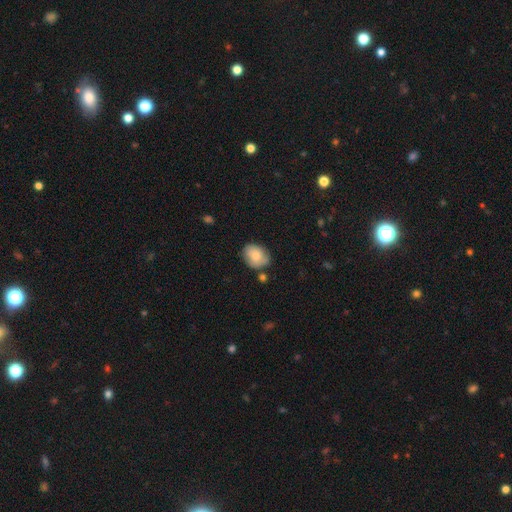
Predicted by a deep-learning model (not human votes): Overall: smooth (76%). How rounded: in between (54%; round 45%). Merging: none (70%).